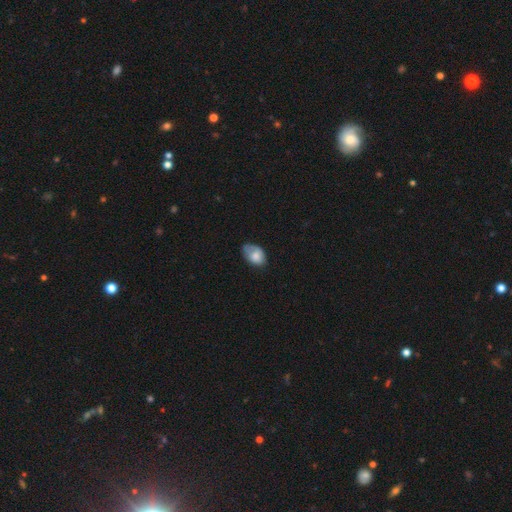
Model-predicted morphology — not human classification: The model was most divided on "merging": none: 44%, minor disturbance: 40%, major disturbance: 15%, merger: 2%. More confident: how rounded — in between (86%); smooth or featured — smooth (75%).